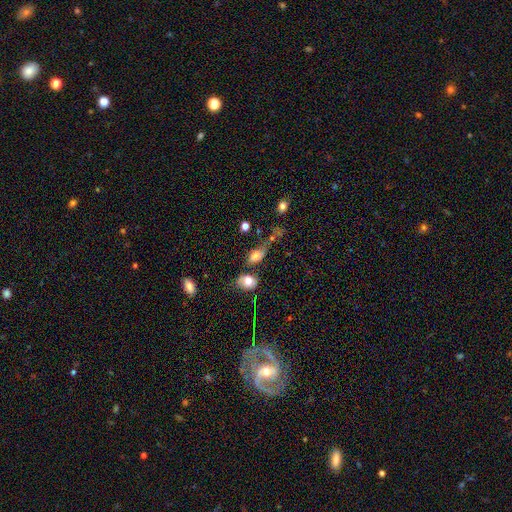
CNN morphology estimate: smooth_or_featured: smooth (p=0.73) [alt: featured or disk p=0.16]
how_rounded: in between (p=0.75) [alt: round p=0.20]
merging: none (p=0.32) [alt: minor disturbance p=0.23]